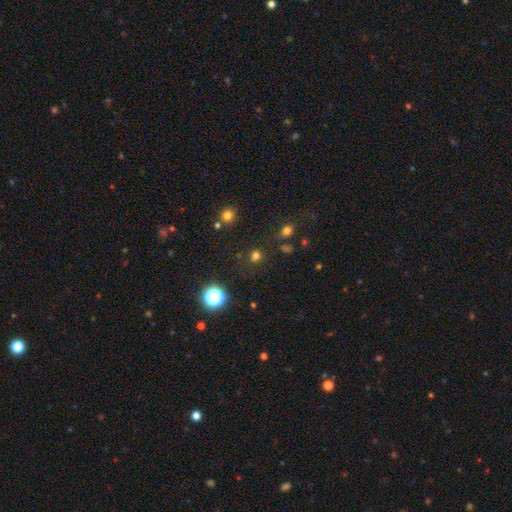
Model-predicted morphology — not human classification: Smooth or featured? Predicted: smooth (p=0.66). How rounded? Predicted: round (p=0.87). Merging? Predicted: none (p=0.78).